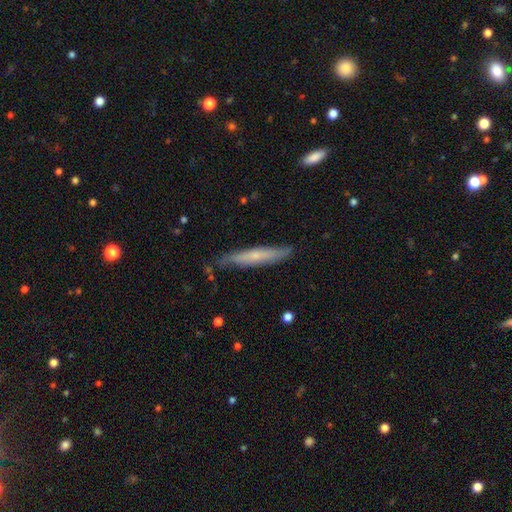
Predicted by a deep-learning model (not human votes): Q: Smooth or featured?
A: smooth (51%); runner-up: featured or disk (43%)
Q: How rounded?
A: cigar-shaped (92%); runner-up: in between (7%)
Q: Merging?
A: none (76%); runner-up: minor disturbance (19%)